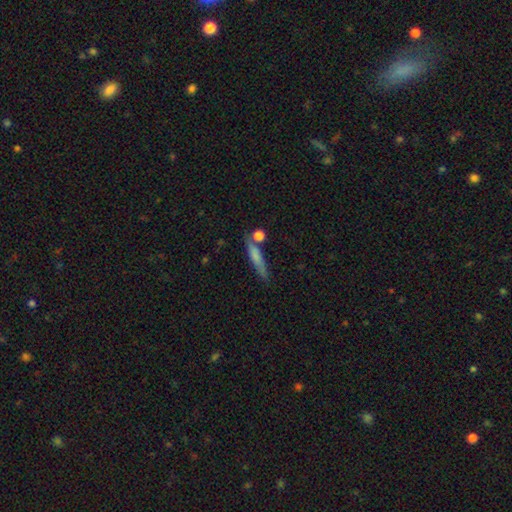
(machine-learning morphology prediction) smooth 66%, featured or disk 26%, star or artifact 8%. Down the decision tree: how rounded — cigar-shaped (85%); merging — none (68%).